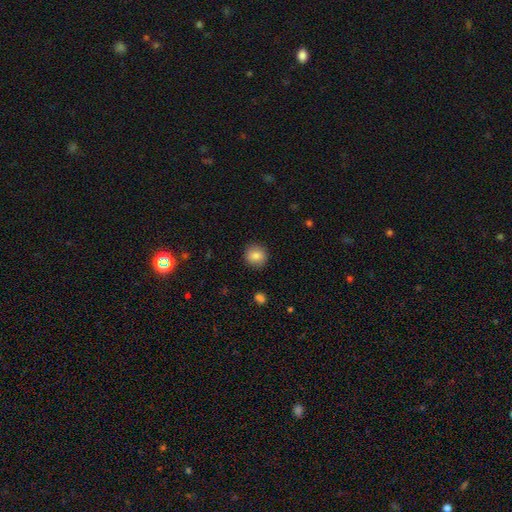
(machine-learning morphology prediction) Smooth or featured?
  - smooth: 85% *
  - star or artifact: 9%
  - featured or disk: 6%
How rounded?
  - round: 89% *
  - in between: 10%
  - cigar-shaped: 1%
Merging?
  - none: 90% *
  - minor disturbance: 6%
  - major disturbance: 2%
  - merger: 1%